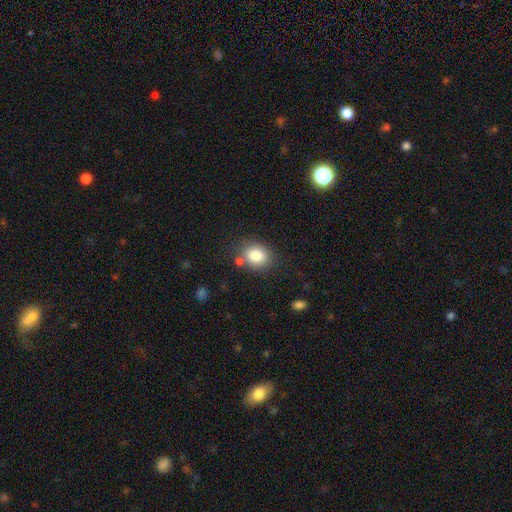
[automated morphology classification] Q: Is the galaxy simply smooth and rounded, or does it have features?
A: smooth — 83%.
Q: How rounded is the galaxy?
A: in between — 51%.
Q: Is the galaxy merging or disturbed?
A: none — 72%.